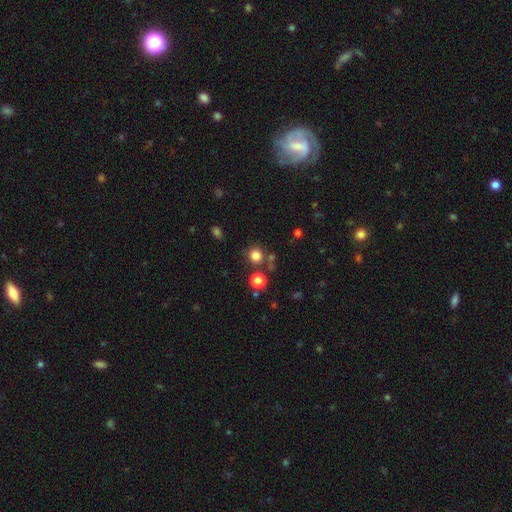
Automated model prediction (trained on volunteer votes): Overall: smooth (80%). How rounded: round (90%). Merging: none (76%).